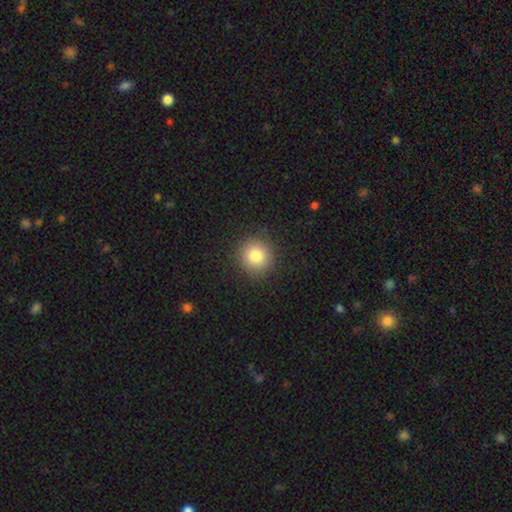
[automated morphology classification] Smooth or featured: smooth — 82% (star or artifact — 11%)
How rounded: round — 92% (in between — 7%)
Merging: none — 89% (minor disturbance — 7%)